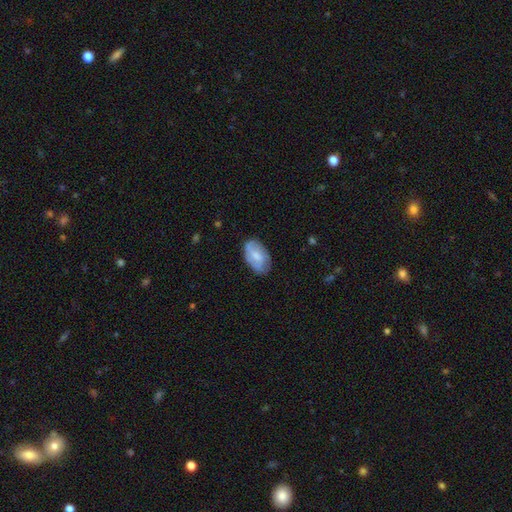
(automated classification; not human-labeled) This appears to be a smooth galaxy with no disk features (62%) that is in between round and cigar-shaped (93%). Merging: none (71%).